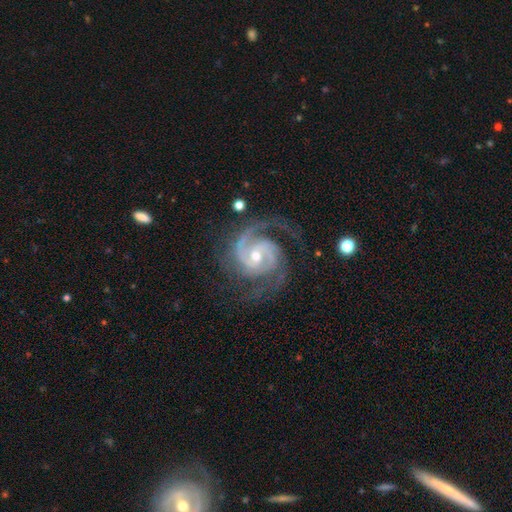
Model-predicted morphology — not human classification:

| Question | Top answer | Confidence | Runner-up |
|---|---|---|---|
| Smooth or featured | featured or disk | 94% | star or artifact (4%) |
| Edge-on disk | no | 98% | yes (2%) |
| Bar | no | 51% | weak (37%) |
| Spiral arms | yes | 99% | no (1%) |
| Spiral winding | tight | 52% | medium (42%) |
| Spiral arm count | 2 | 50% | 3 (32%) |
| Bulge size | moderate | 58% | small (38%) |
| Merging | none | 71% | minor disturbance (17%) |